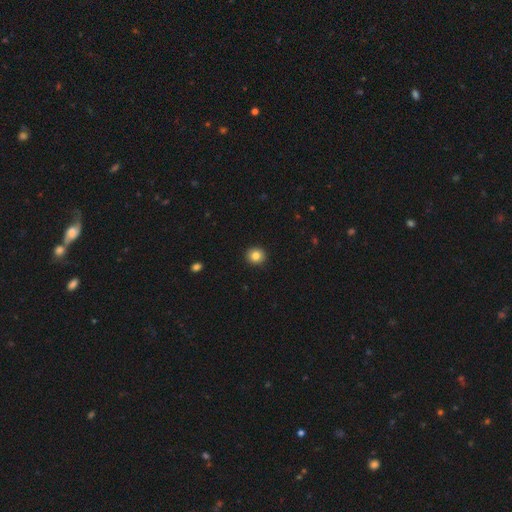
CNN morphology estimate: Smooth or featured? smooth (84%)
How rounded? round (86%)
Merging? none (93%)